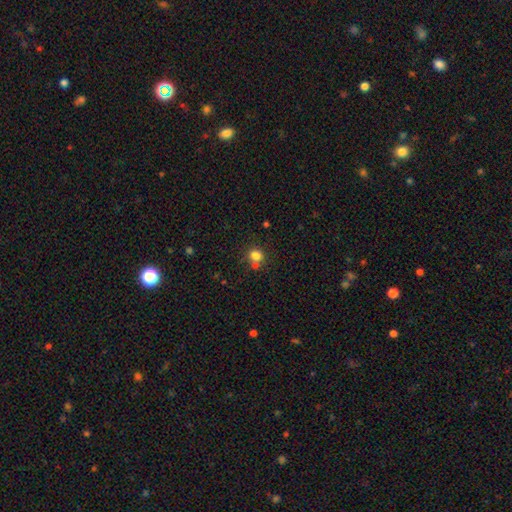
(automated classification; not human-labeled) Smooth or featured? smooth (81%)
How rounded? round (83%)
Merging? none (64%)